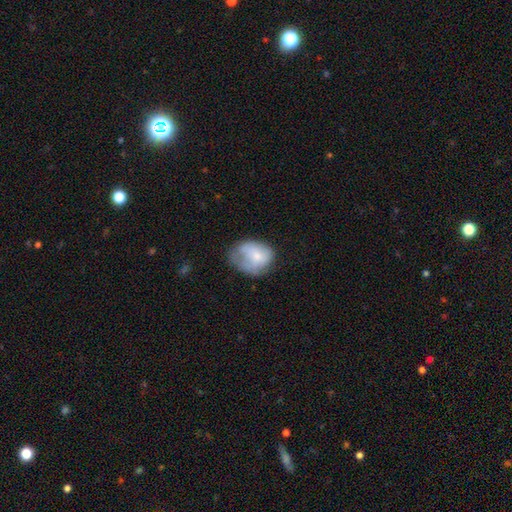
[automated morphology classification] A smooth galaxy with no disk features (62%) that is in between round and cigar-shaped (55%).

Vote fractions:
- Smooth or featured? smooth: 62% / featured or disk: 30% / star or artifact: 8%
- How rounded? in between: 55% / round: 44% / cigar-shaped: 1%
- Merging? none: 36% / minor disturbance: 35% / major disturbance: 26% / merger: 3%